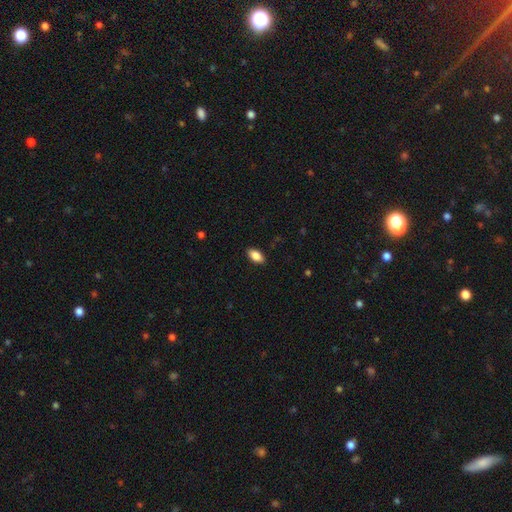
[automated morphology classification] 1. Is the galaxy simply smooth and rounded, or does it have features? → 87% smooth, 7% star or artifact, 5% featured or disk.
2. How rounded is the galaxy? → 92% in between, 4% cigar-shaped, 4% round.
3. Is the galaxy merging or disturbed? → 87% none, 10% minor disturbance, 2% major disturbance, 1% merger.